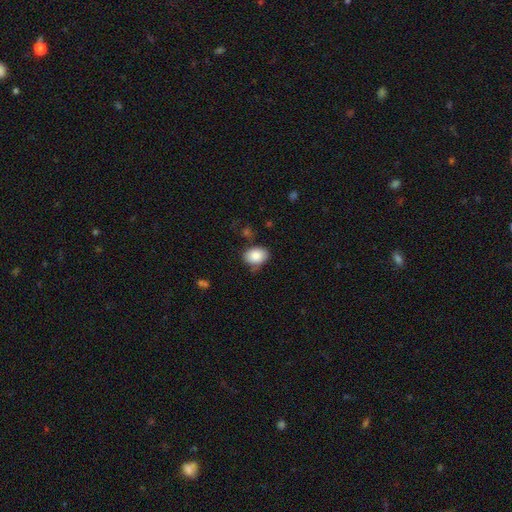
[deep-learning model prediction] This is clearly a smooth galaxy (86%). How rounded: likely in between (75%). Merging: likely none (69%).